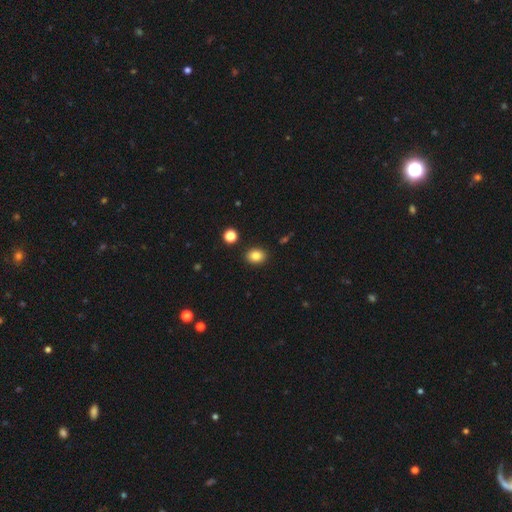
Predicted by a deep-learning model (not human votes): smooth-or-featured: smooth: 84% | star or artifact: 10% | featured or disk: 5%
  how-rounded: in between: 55% | round: 44% | cigar-shaped: 1%
  merging: none: 89% | minor disturbance: 7% | merger: 2% | major disturbance: 2%